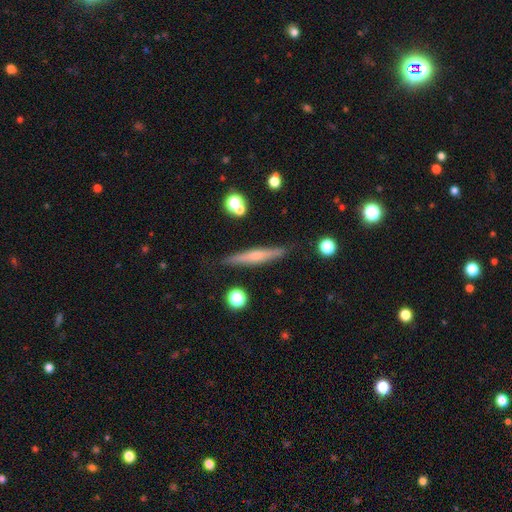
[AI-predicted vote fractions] This is possibly a featured or disk galaxy (49%). Merging: clearly none (86%).